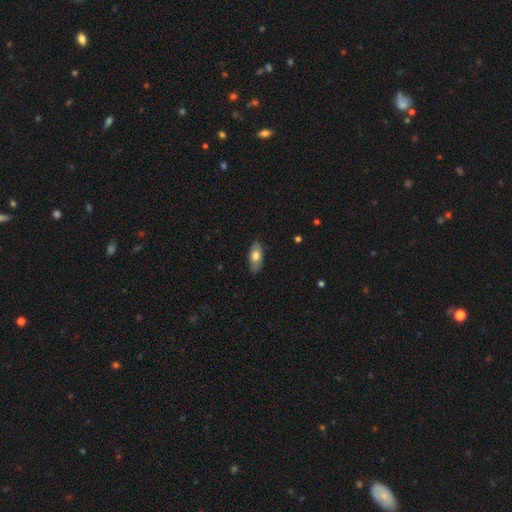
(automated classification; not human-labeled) Smooth or featured? smooth (70%)
How rounded? in between (88%)
Merging? none (85%)